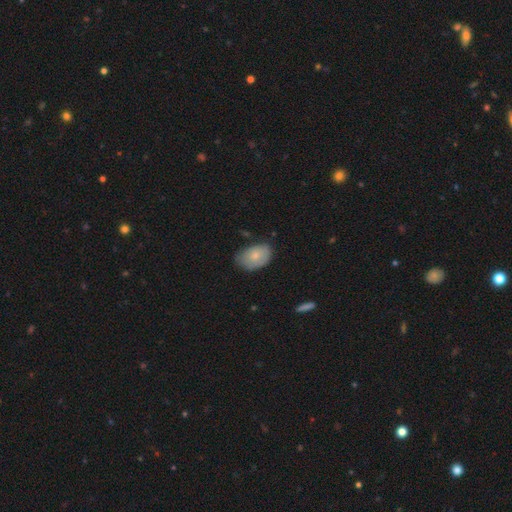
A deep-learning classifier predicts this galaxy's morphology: Q: Smooth or featured?
A: smooth (74%); runner-up: featured or disk (20%)
Q: How rounded?
A: in between (86%); runner-up: round (13%)
Q: Merging?
A: none (58%); runner-up: minor disturbance (33%)